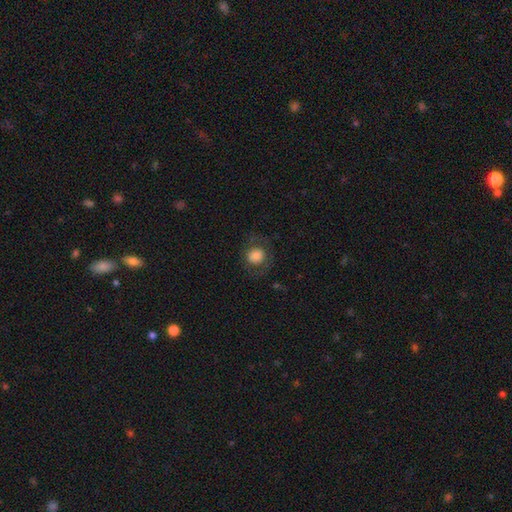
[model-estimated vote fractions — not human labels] This is likely a smooth galaxy (76%). How rounded: clearly round (80%). Merging: likely none (74%).